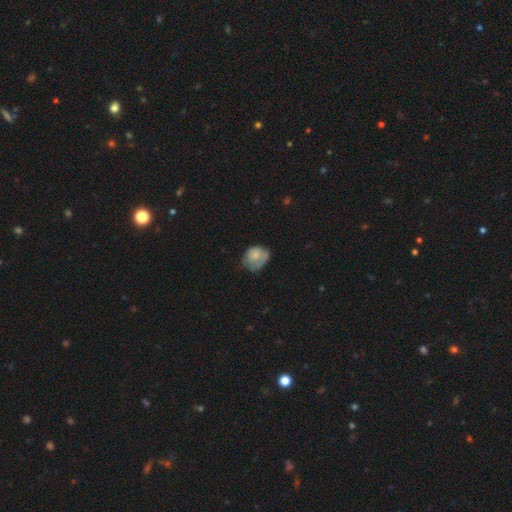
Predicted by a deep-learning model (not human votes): Q: Smooth or featured?
A: smooth (66%); runner-up: featured or disk (26%)
Q: How rounded?
A: round (51%); runner-up: in between (48%)
Q: Merging?
A: none (40%); runner-up: minor disturbance (38%)